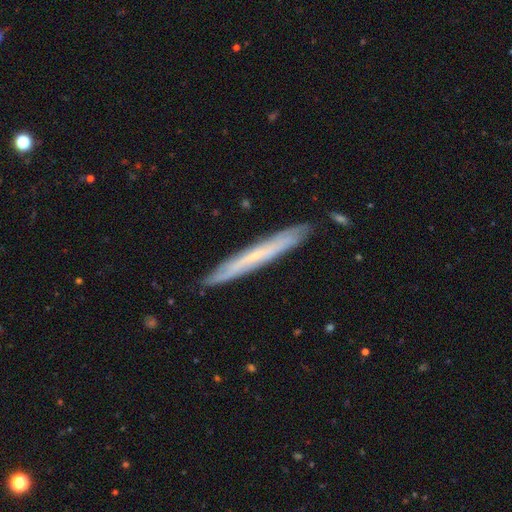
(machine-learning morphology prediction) Smooth or featured? featured or disk (61%)
Edge-on disk? yes (83%)
Edge-on bulge? none (63%)
Merging? none (87%)